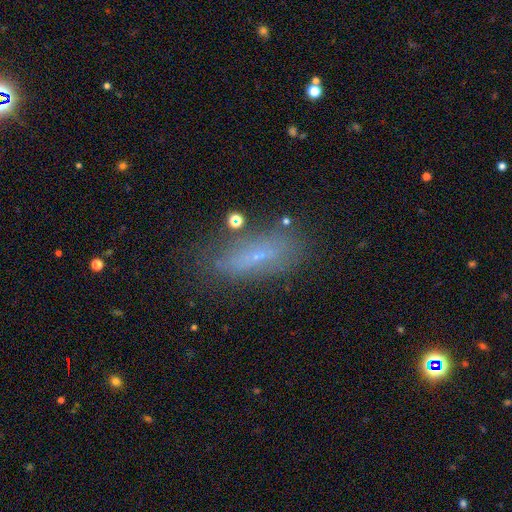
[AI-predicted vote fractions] This is possibly a smooth galaxy (54%). How rounded: possibly in between (51%). Merging: likely none (72%).